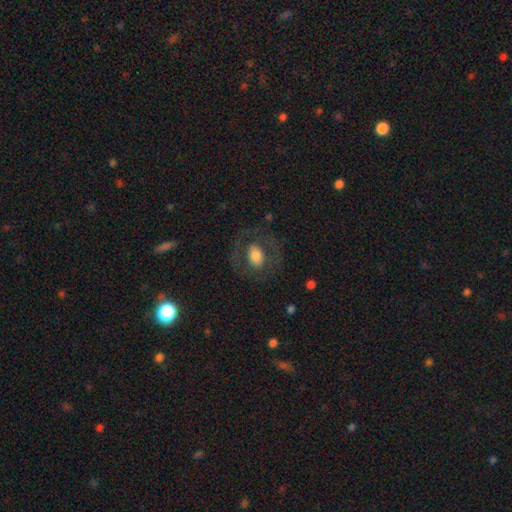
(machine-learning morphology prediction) A smooth galaxy with no disk features (52%) that is in between round and cigar-shaped (54%). Merging: none (72%).